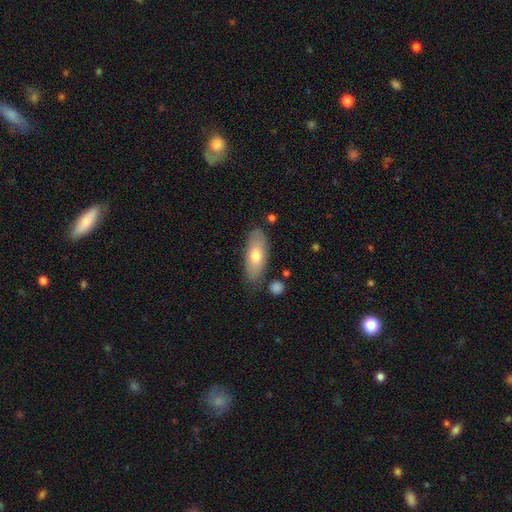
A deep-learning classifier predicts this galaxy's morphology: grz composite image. It shows a smooth galaxy with no disk features (68%) that is in between round and cigar-shaped (77%). Merging: none (79%).